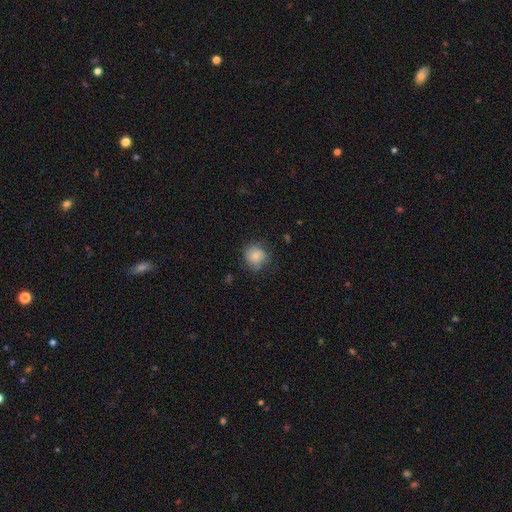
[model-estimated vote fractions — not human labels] A smooth galaxy with no disk features (79%) that is round (81%).

Vote fractions:
- Smooth or featured? smooth: 79% / featured or disk: 12% / star or artifact: 9%
- How rounded? round: 81% / in between: 18% / cigar-shaped: 1%
- Merging? none: 68% / minor disturbance: 23% / major disturbance: 8% / merger: 1%